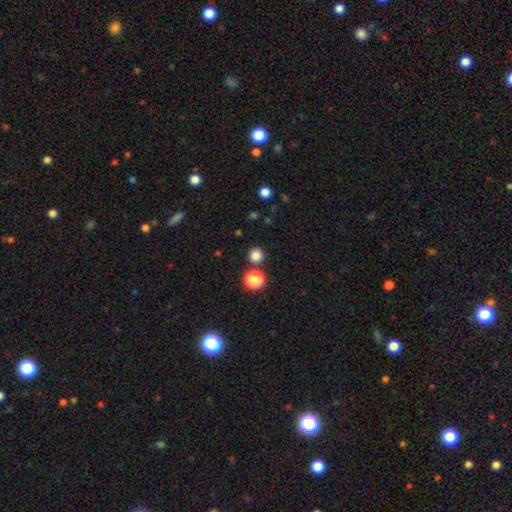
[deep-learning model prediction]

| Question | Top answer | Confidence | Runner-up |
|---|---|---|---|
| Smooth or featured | smooth | 81% | star or artifact (15%) |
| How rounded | round | 94% | in between (5%) |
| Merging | none | 85% | merger (7%) |